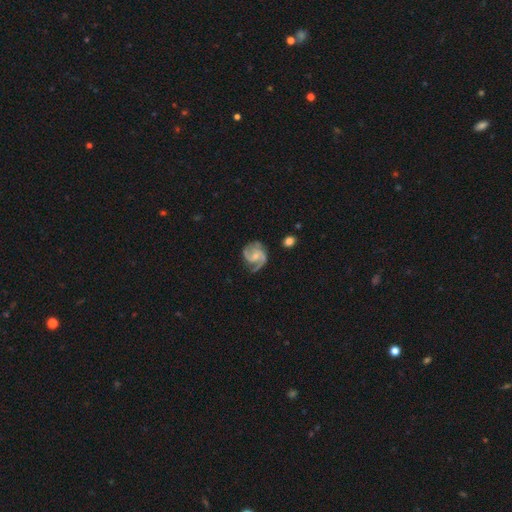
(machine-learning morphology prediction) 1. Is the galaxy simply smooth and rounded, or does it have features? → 90% featured or disk, 5% smooth, 4% star or artifact.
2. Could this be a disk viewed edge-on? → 98% no, 2% yes.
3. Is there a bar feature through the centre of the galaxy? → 57% no, 35% weak, 8% strong.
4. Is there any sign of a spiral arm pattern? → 98% yes, 2% no.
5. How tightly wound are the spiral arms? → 55% medium, 31% tight, 14% loose.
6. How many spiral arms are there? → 76% 2, 14% 3, 4% can't tell, 3% 1, 2% 4, 2% more than 4.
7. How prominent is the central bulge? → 61% small, 27% moderate, 9% none, 1% large, 1% dominant.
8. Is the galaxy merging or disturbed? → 73% none, 18% minor disturbance, 7% major disturbance, 2% merger.